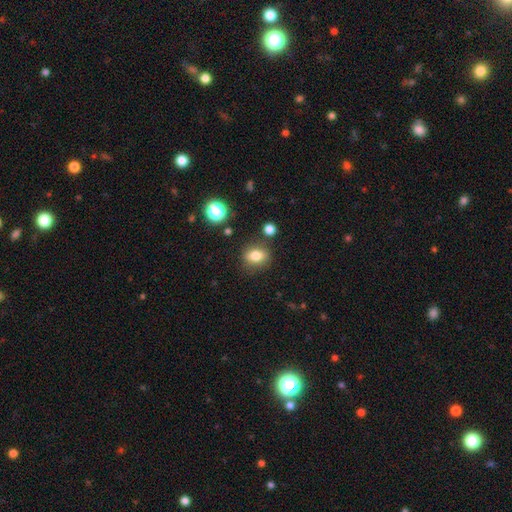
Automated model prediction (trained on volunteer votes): Smooth or featured? Predicted: smooth (p=0.79). How rounded? Predicted: in between (p=0.59). Merging? Predicted: none (p=0.80).